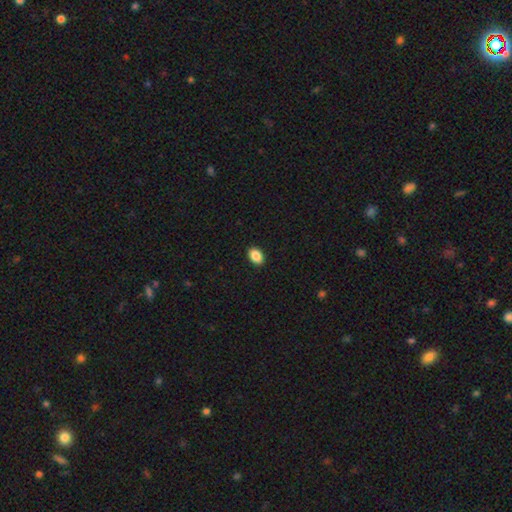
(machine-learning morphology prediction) This is clearly a smooth galaxy (88%). How rounded: clearly in between (85%). Merging: clearly none (91%).